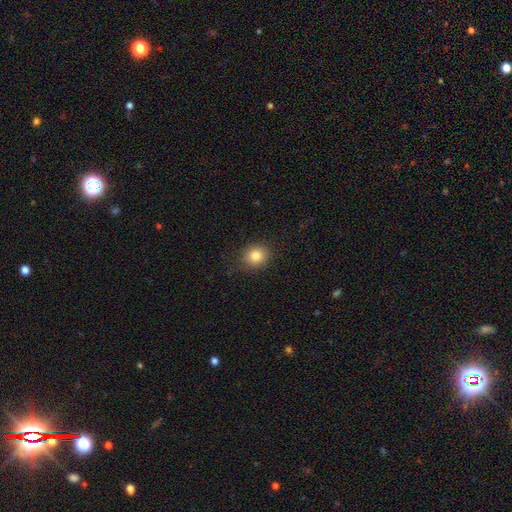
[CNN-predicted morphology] This appears to be a smooth galaxy with no disk features (83%) that is round (80%). Merging: none (86%).